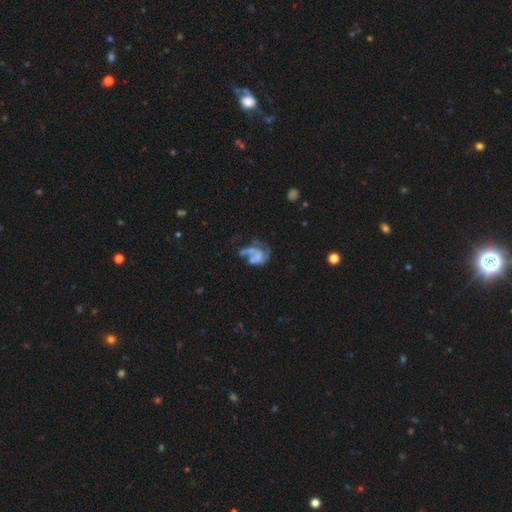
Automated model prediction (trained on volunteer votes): Q: Smooth or featured?
A: featured or disk (60%); runner-up: smooth (28%)
Q: Edge-on disk?
A: no (98%); runner-up: yes (2%)
Q: Bar?
A: no (79%); runner-up: weak (17%)
Q: Spiral arms?
A: yes (51%); runner-up: no (49%)
Q: Bulge size?
A: none (59%); runner-up: small (19%)
Q: Merging?
A: major disturbance (40%); runner-up: none (23%)